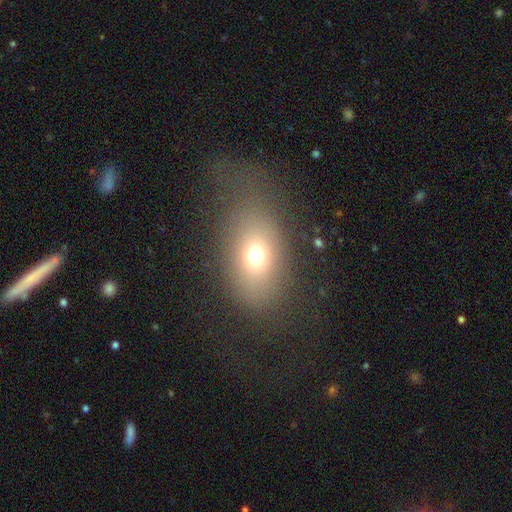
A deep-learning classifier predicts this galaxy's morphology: Smooth or featured? smooth (70%)
How rounded? in between (71%)
Merging? none (63%)